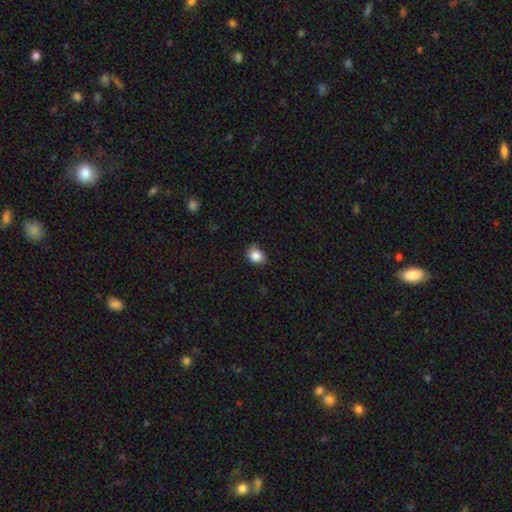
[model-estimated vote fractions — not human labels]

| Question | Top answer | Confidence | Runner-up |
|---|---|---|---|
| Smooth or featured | smooth | 86% | star or artifact (10%) |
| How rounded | round | 64% | in between (36%) |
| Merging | none | 69% | minor disturbance (25%) |